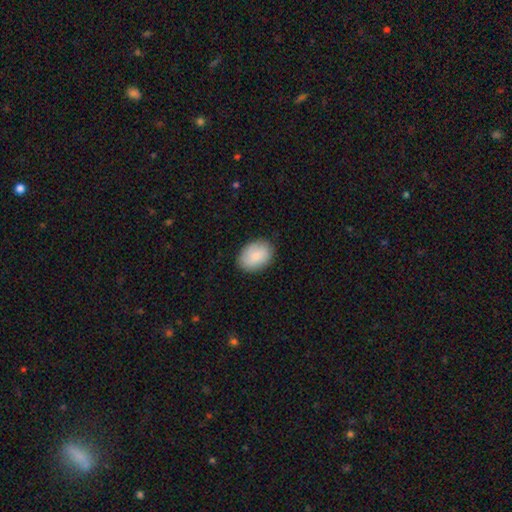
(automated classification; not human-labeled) A smooth galaxy with no disk features (83%) that is in between round and cigar-shaped (79%). Merging: none (85%).